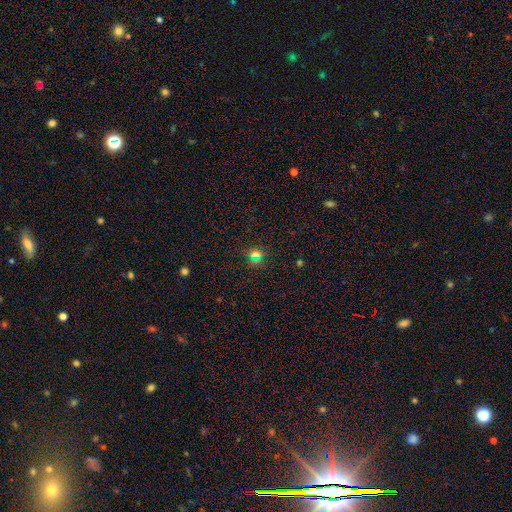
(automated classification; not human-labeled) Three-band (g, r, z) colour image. It shows a smooth galaxy with no disk features (49%). Merging: none (83%).